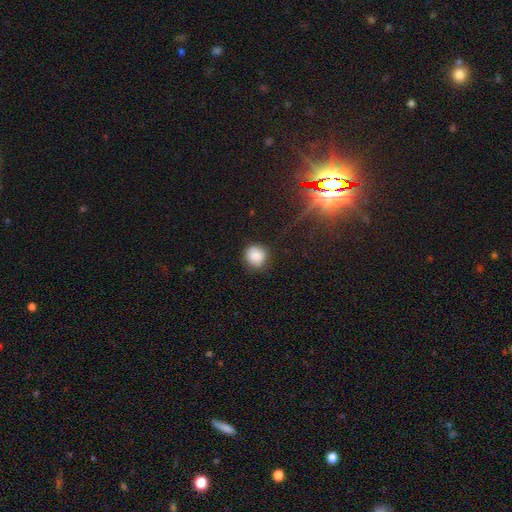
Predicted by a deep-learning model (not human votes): Q: Smooth or featured?
A: smooth (81%); runner-up: star or artifact (11%)
Q: How rounded?
A: round (88%); runner-up: in between (11%)
Q: Merging?
A: none (79%); runner-up: minor disturbance (16%)